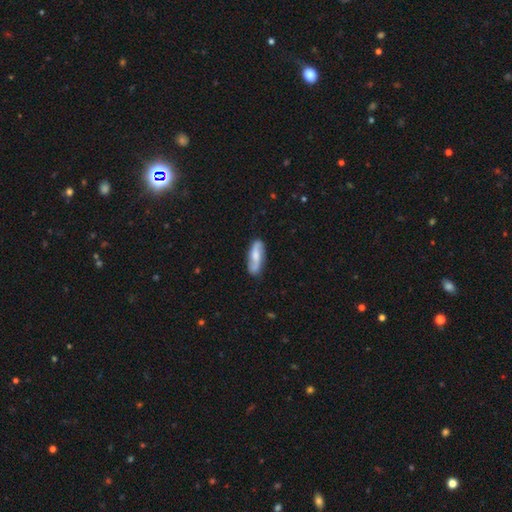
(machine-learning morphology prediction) smooth-or-featured: featured or disk: 55% | smooth: 39% | star or artifact: 6%
  disk-edge-on: no: 84% | yes: 16%
  merging: none: 82% | minor disturbance: 14% | major disturbance: 3% | merger: 2%